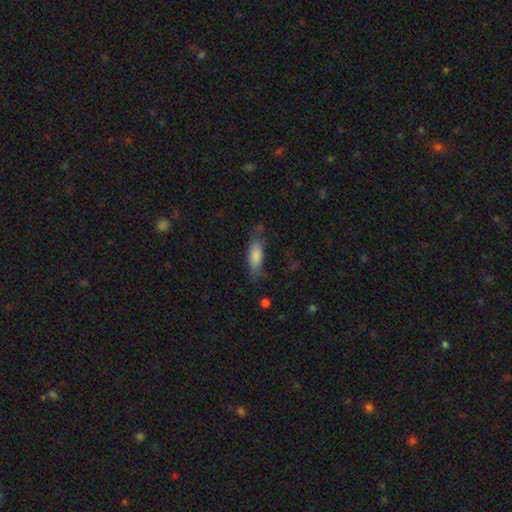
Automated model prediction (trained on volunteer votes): A smooth galaxy with no disk features (83%) that is in between round and cigar-shaped (69%). Merging: none (61%).